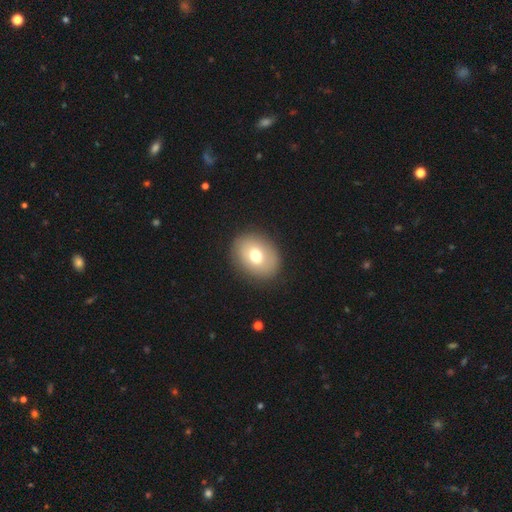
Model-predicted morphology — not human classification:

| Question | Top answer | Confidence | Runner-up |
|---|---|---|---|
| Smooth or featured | smooth | 71% | featured or disk (20%) |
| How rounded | in between | 57% | round (42%) |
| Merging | none | 88% | minor disturbance (8%) |